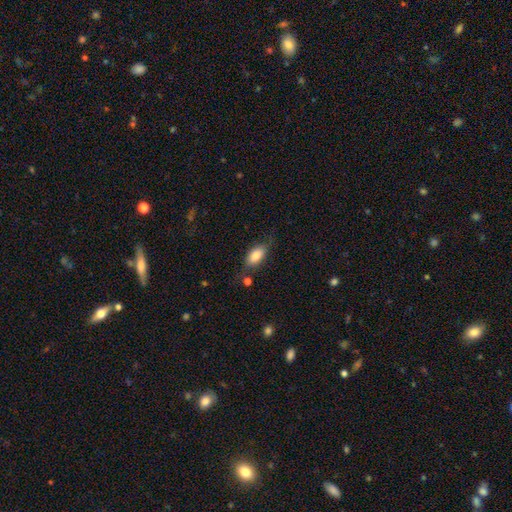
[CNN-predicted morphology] Overall: smooth (78%). How rounded: in between (89%). Merging: none (65%).